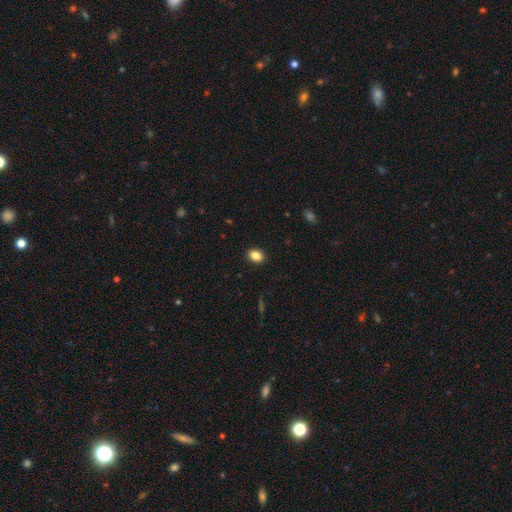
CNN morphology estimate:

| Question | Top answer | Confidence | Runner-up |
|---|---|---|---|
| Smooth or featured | smooth | 86% | star or artifact (9%) |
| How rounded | in between | 67% | round (31%) |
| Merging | none | 90% | minor disturbance (7%) |